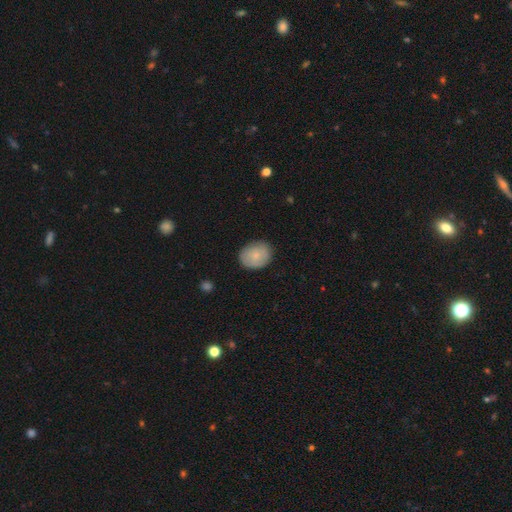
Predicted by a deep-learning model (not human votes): Q: Smooth or featured?
A: smooth (80%); runner-up: featured or disk (14%)
Q: How rounded?
A: in between (59%); runner-up: round (40%)
Q: Merging?
A: none (82%); runner-up: minor disturbance (14%)